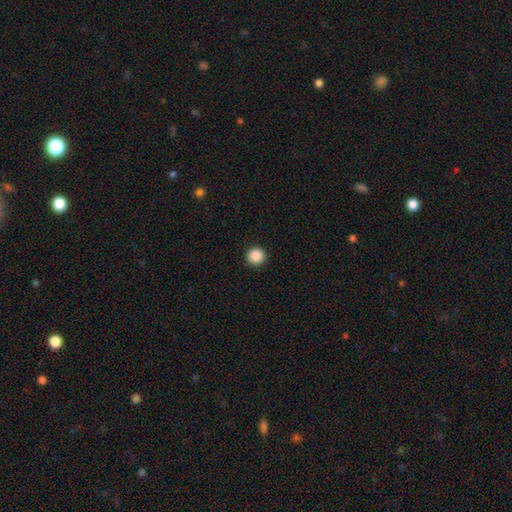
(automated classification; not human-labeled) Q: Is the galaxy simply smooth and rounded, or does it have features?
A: smooth — 88%.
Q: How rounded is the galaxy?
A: round — 96%.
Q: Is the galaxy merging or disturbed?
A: none — 93%.